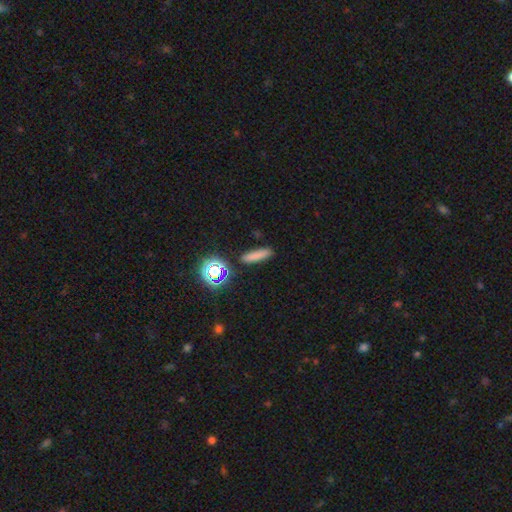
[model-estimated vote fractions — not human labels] smooth 75%, star or artifact 17%, featured or disk 8%. Down the decision tree: how rounded — cigar-shaped (78%); merging — none (87%).